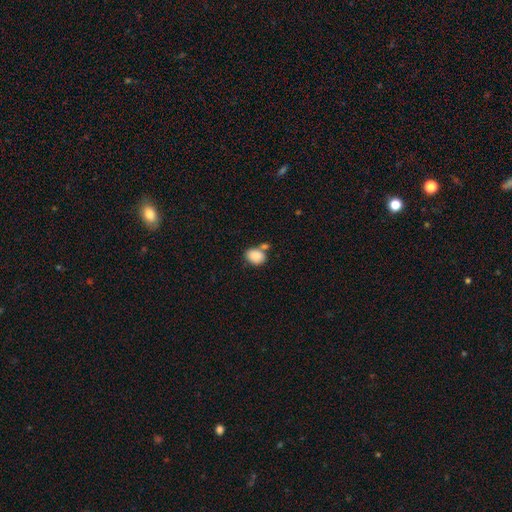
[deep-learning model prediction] Smooth or featured? smooth (88%)
How rounded? in between (63%)
Merging? none (59%)